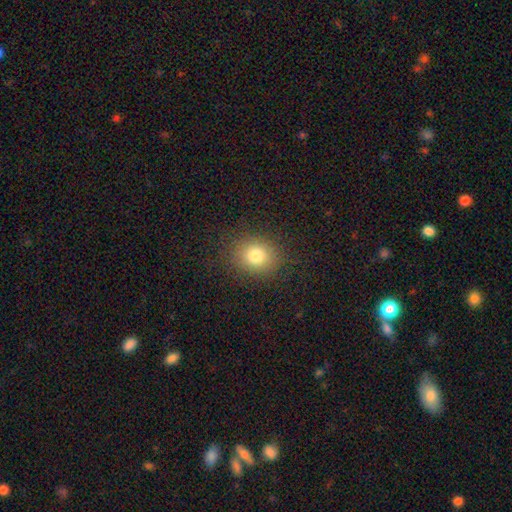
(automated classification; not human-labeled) Q: Smooth or featured?
A: smooth (79%); runner-up: star or artifact (13%)
Q: How rounded?
A: round (69%); runner-up: in between (30%)
Q: Merging?
A: none (86%); runner-up: minor disturbance (9%)